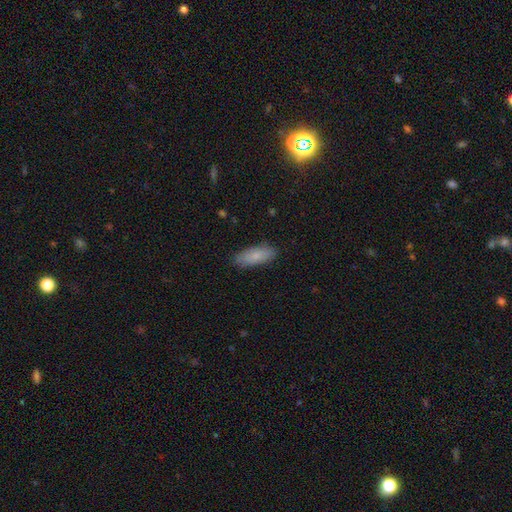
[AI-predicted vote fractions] Morphology: type=smooth (81%); roundness=in between (71%); merging=none (86%).